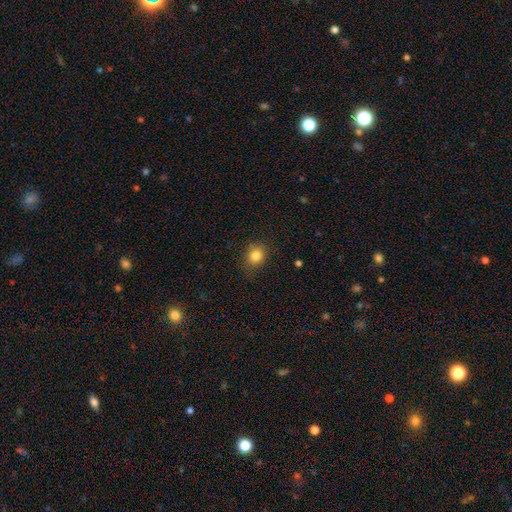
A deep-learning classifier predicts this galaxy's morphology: This appears to be a smooth galaxy with no disk features (83%) that is round (64%). Merging: none (84%).